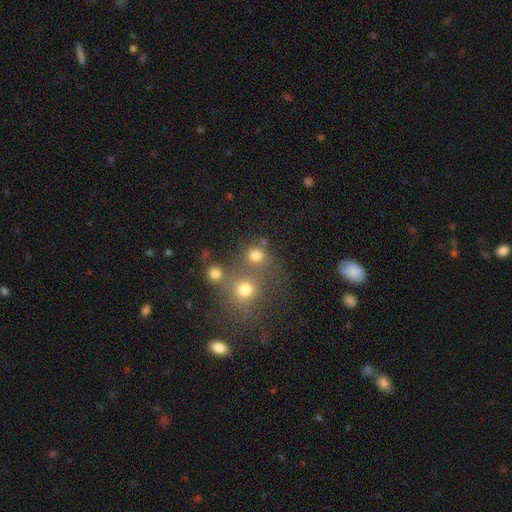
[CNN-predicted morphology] A smooth galaxy with no disk features (77%) that is round (86%). Merging: none (60%).